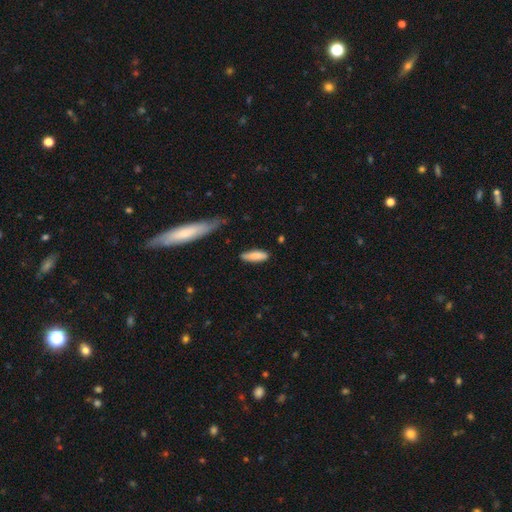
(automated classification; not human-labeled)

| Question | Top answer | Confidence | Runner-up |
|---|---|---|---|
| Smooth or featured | smooth | 84% | featured or disk (10%) |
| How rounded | in between | 52% | cigar-shaped (46%) |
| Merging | none | 74% | minor disturbance (19%) |